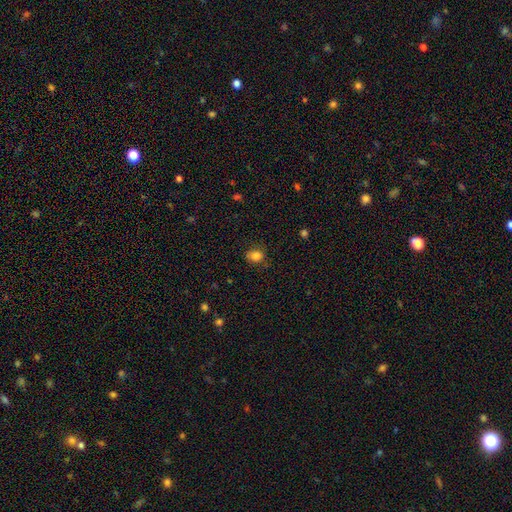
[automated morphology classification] smooth 83%, star or artifact 11%, featured or disk 6%. Down the decision tree: how rounded — round (56%); merging — none (73%).